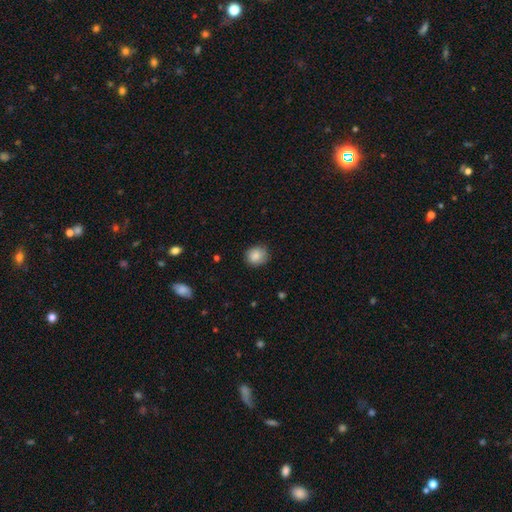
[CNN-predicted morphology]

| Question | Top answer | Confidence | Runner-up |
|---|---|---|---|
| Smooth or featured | smooth | 86% | star or artifact (8%) |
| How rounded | round | 77% | in between (22%) |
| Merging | none | 79% | minor disturbance (17%) |